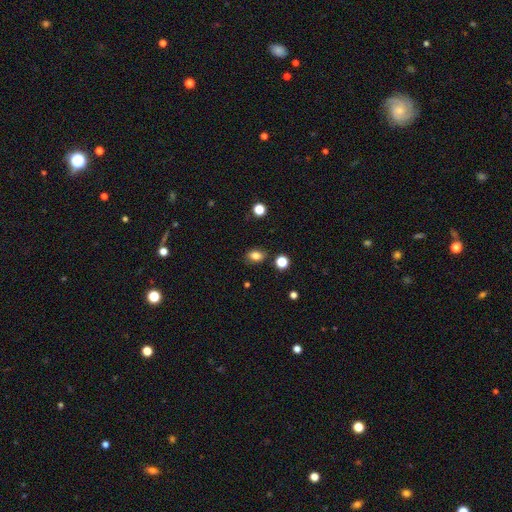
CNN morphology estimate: Q: Smooth or featured?
A: smooth (81%); runner-up: star or artifact (13%)
Q: How rounded?
A: in between (73%); runner-up: round (25%)
Q: Merging?
A: none (83%); runner-up: minor disturbance (11%)